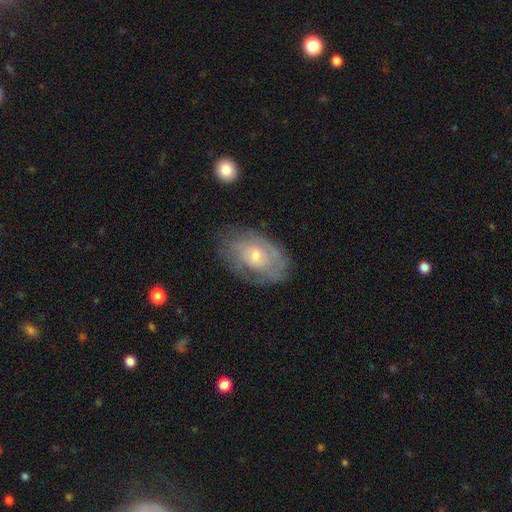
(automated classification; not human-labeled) A featured or disk galaxy (62%) with no bar (74%), spiral arms (69%) and a small central bulge (57%). Merging: none (68%).